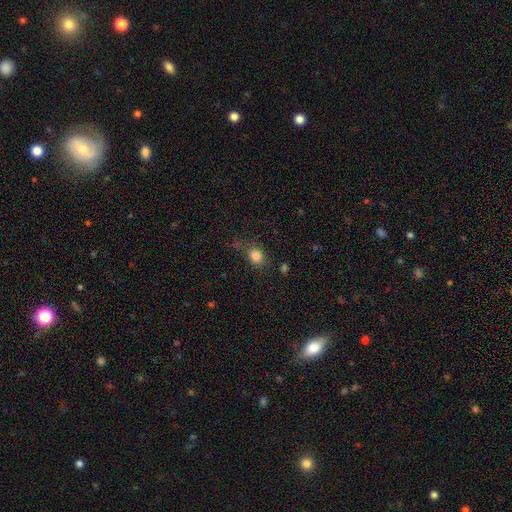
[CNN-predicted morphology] smooth 82%, star or artifact 11%, featured or disk 6%. Down the decision tree: how rounded — round (58%); merging — none (68%).